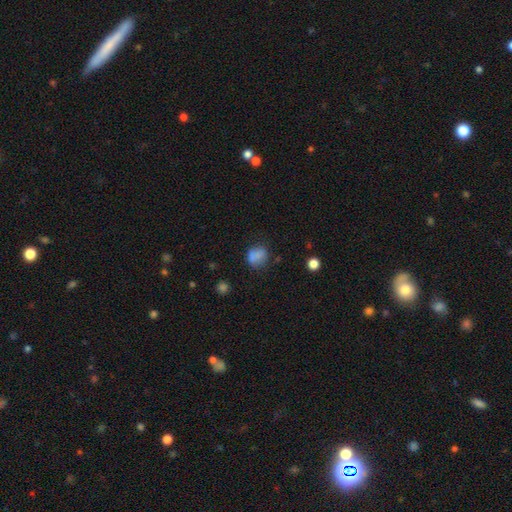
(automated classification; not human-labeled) Smooth or featured? smooth (76%)
How rounded? round (61%)
Merging? none (61%)